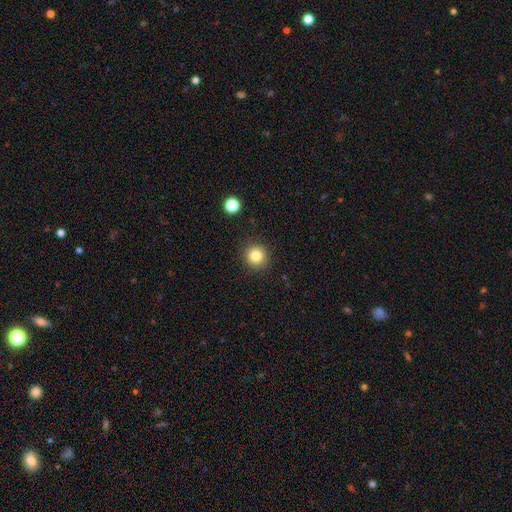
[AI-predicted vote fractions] This is clearly a smooth galaxy (82%). How rounded: clearly round (93%). Merging: clearly none (90%).